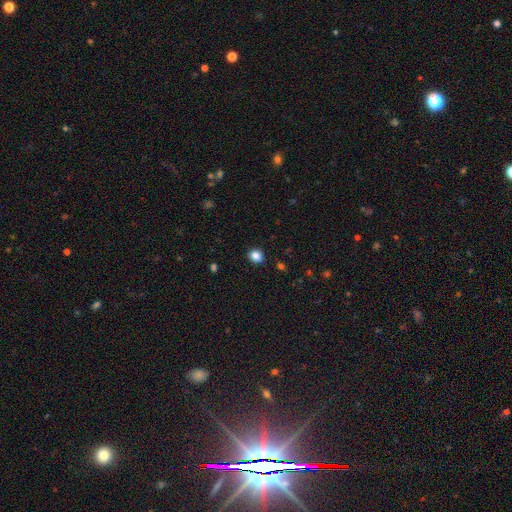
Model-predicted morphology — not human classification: The model was most divided on "how rounded": round: 63%, in between: 36%, cigar-shaped: 1%. More confident: merging — none (89%); smooth or featured — smooth (85%).